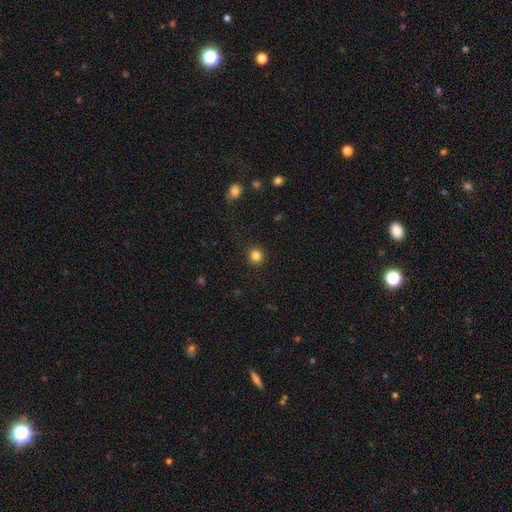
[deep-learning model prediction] Smooth or featured? smooth (84%)
How rounded? round (91%)
Merging? none (92%)